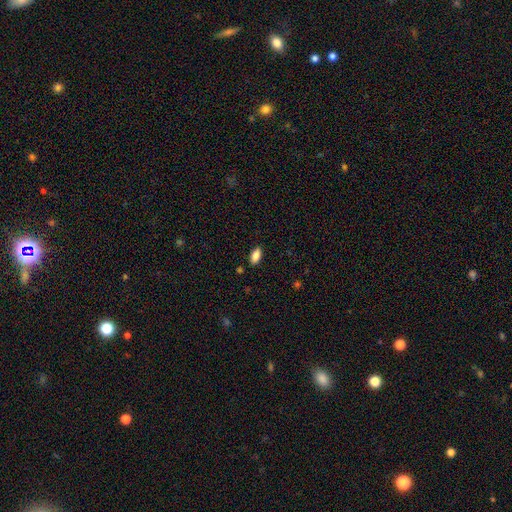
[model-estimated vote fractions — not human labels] smooth-or-featured: smooth: 86% | star or artifact: 8% | featured or disk: 7%
  how-rounded: in between: 91% | cigar-shaped: 6% | round: 3%
  merging: none: 87% | minor disturbance: 9% | major disturbance: 2% | merger: 1%